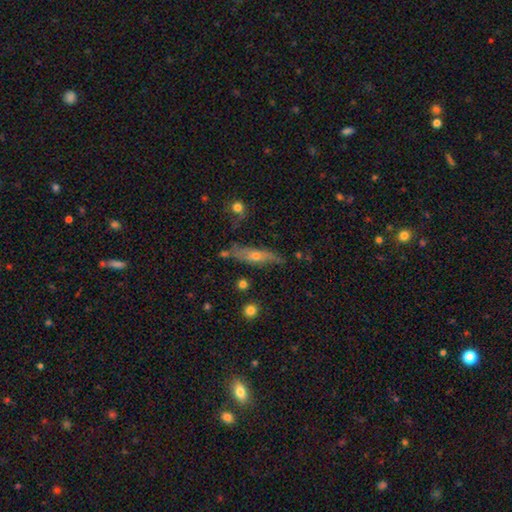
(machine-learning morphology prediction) A featured or disk galaxy (53%) viewed edge-on (70%). Merging: none (65%).